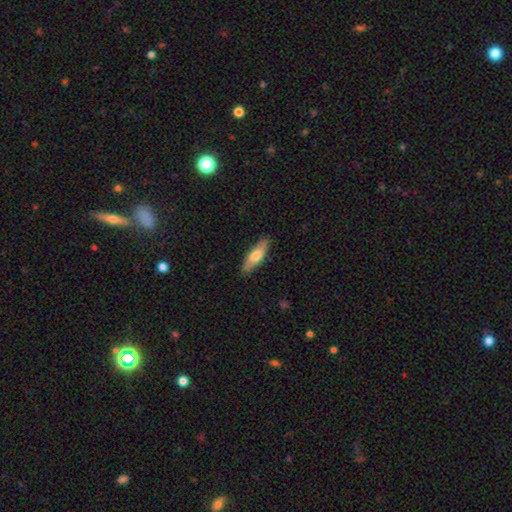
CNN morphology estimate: The model was most divided on "how rounded": cigar-shaped: 52%, in between: 46%, round: 2%. More confident: merging — none (87%); smooth or featured — smooth (68%).